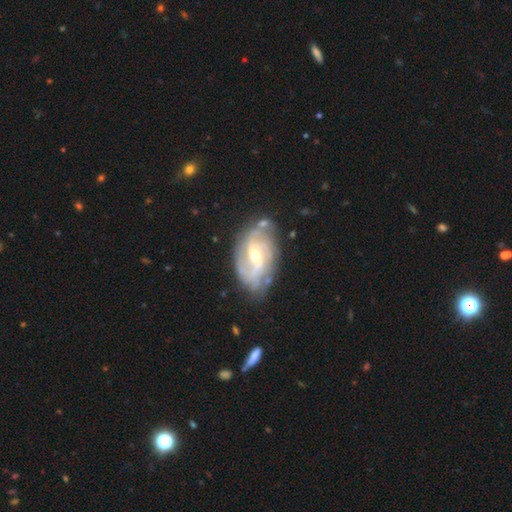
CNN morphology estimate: type=featured or disk (87%); edge-on=no (96%); bar=weak (52%); spiral arms=yes (96%); winding=medium (44%); arm count=2 (54%); bulge=small (51%); merging=none (71%).